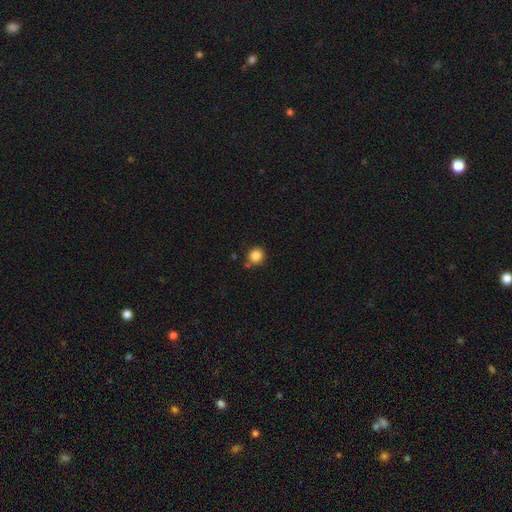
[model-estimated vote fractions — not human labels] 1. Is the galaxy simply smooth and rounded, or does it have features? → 85% smooth, 11% star or artifact, 4% featured or disk.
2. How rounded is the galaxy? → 90% round, 9% in between, 1% cigar-shaped.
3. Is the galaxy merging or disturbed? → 78% none, 12% minor disturbance, 7% merger, 3% major disturbance.